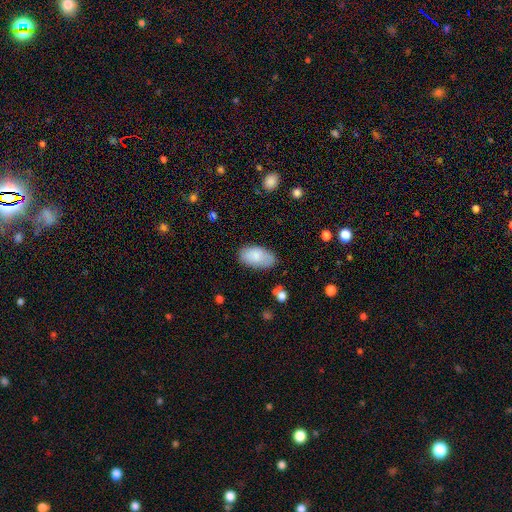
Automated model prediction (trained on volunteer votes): A smooth galaxy with no disk features (81%) that is in between round and cigar-shaped (95%).

Vote fractions:
- Smooth or featured? smooth: 81% / featured or disk: 12% / star or artifact: 6%
- How rounded? in between: 95% / round: 3% / cigar-shaped: 2%
- Merging? none: 78% / minor disturbance: 17% / major disturbance: 4% / merger: 2%